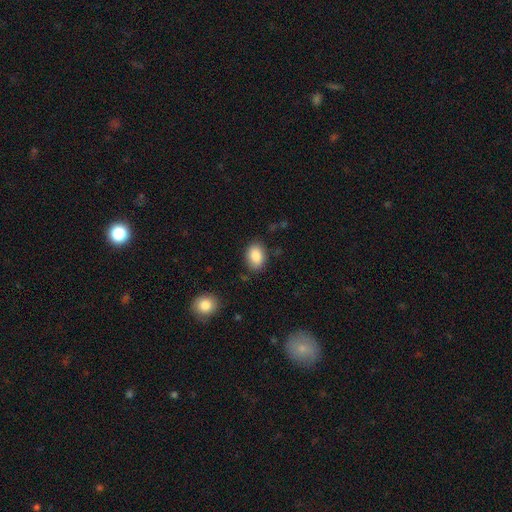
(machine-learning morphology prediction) This appears to be a smooth galaxy with no disk features (86%) that is in between round and cigar-shaped (78%). Merging: none (82%).